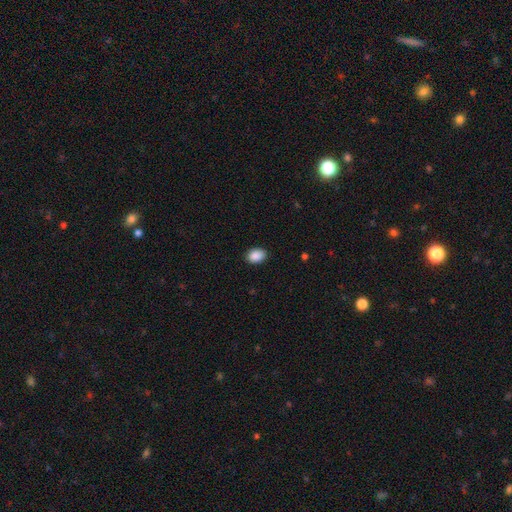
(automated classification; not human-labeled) Smooth or featured?
  - smooth: 90% *
  - star or artifact: 8%
  - featured or disk: 3%
How rounded?
  - in between: 77% *
  - round: 22%
  - cigar-shaped: 1%
Merging?
  - none: 87% *
  - minor disturbance: 10%
  - major disturbance: 2%
  - merger: 1%